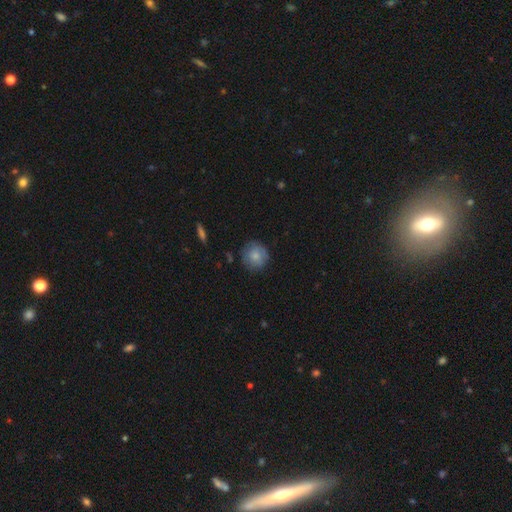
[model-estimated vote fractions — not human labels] The model was most divided on "merging": none: 80%, minor disturbance: 16%, major disturbance: 3%, merger: 1%. More confident: how rounded — round (92%); smooth or featured — smooth (79%).